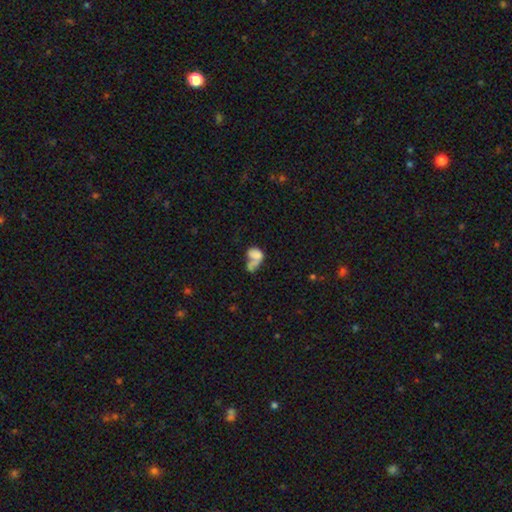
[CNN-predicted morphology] type=smooth (62%); roundness=in between (73%); merging=merger (57%).